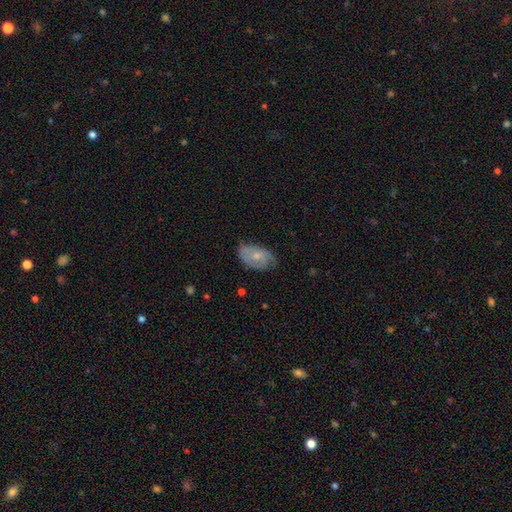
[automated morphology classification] The model was most divided on "smooth or featured": smooth: 48%, featured or disk: 45%, star or artifact: 7%. More confident: merging — none (62%).